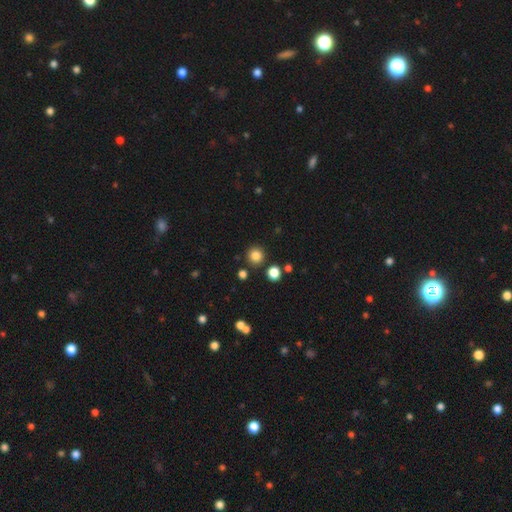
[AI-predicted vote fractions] Overall: smooth (83%). How rounded: round (94%). Merging: none (88%).